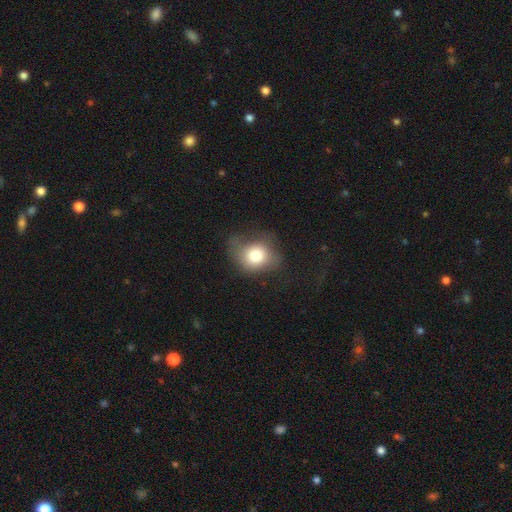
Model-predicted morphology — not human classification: Q: Smooth or featured?
A: smooth (76%); runner-up: featured or disk (13%)
Q: How rounded?
A: round (62%); runner-up: in between (37%)
Q: Merging?
A: none (43%); runner-up: minor disturbance (32%)